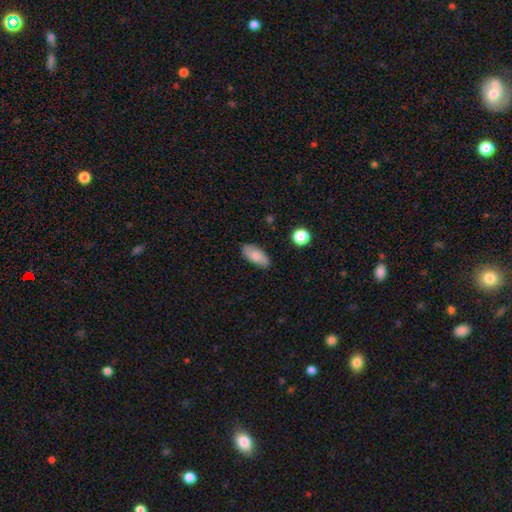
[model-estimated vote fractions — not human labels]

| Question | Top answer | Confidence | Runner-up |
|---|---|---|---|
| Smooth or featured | smooth | 79% | featured or disk (14%) |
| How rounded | in between | 89% | cigar-shaped (8%) |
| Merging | none | 83% | minor disturbance (13%) |